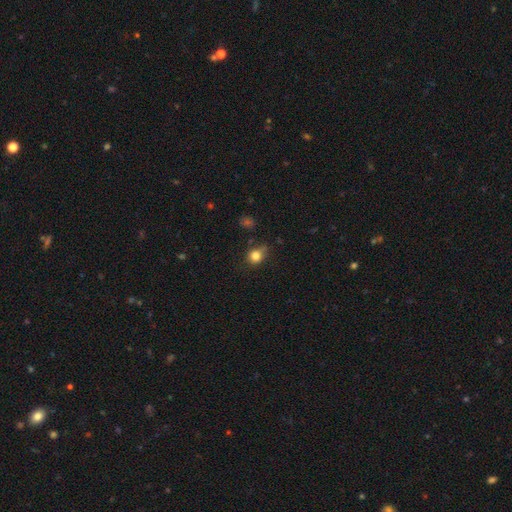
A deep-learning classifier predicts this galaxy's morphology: Overall: smooth (81%). How rounded: round (71%). Merging: none (63%; minor disturbance 27%).